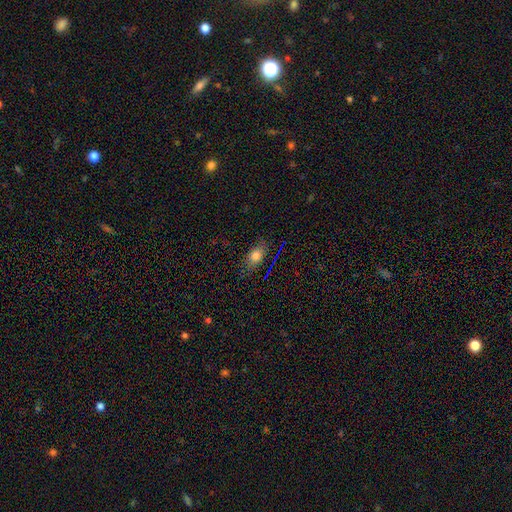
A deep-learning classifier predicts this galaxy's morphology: Q: Smooth or featured?
A: smooth (77%); runner-up: star or artifact (13%)
Q: How rounded?
A: in between (81%); runner-up: round (14%)
Q: Merging?
A: none (80%); runner-up: minor disturbance (15%)